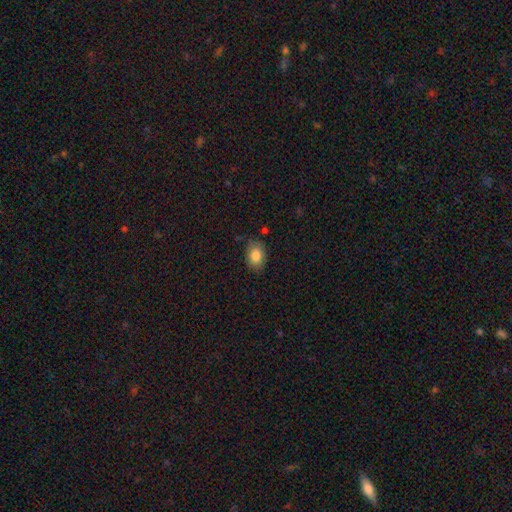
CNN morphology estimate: The model was most divided on "how rounded": in between: 74%, round: 25%, cigar-shaped: 1%. More confident: smooth or featured — smooth (84%); merging — none (78%).